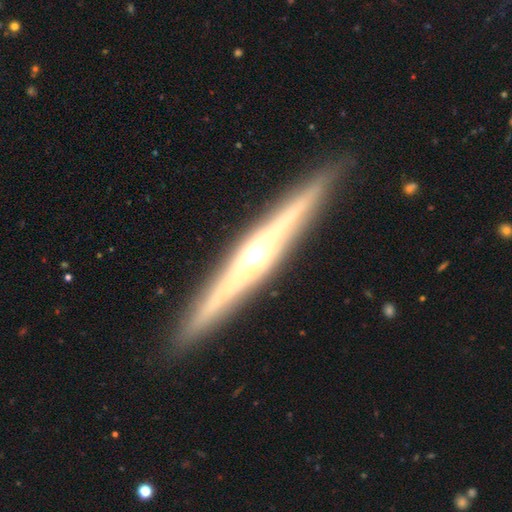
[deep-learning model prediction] Smooth or featured: featured or disk — 82% (smooth — 13%)
Edge-on disk: yes — 97% (no — 3%)
Edge-on bulge: rounded — 82% (boxy — 12%)
Merging: none — 91% (minor disturbance — 6%)